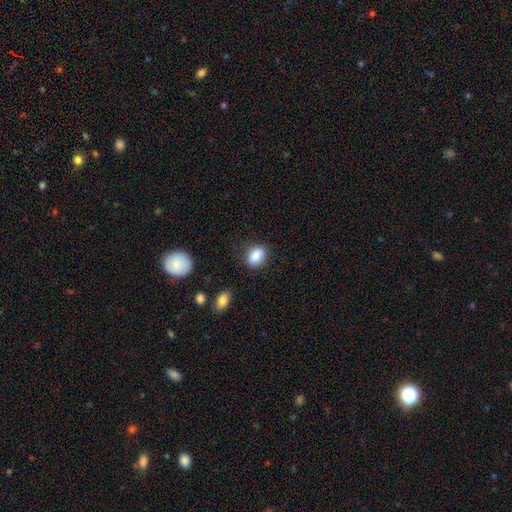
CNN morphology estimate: Smooth or featured?
  - smooth: 87% *
  - star or artifact: 8%
  - featured or disk: 5%
How rounded?
  - in between: 79% *
  - round: 18%
  - cigar-shaped: 2%
Merging?
  - none: 78% *
  - minor disturbance: 16%
  - major disturbance: 4%
  - merger: 2%